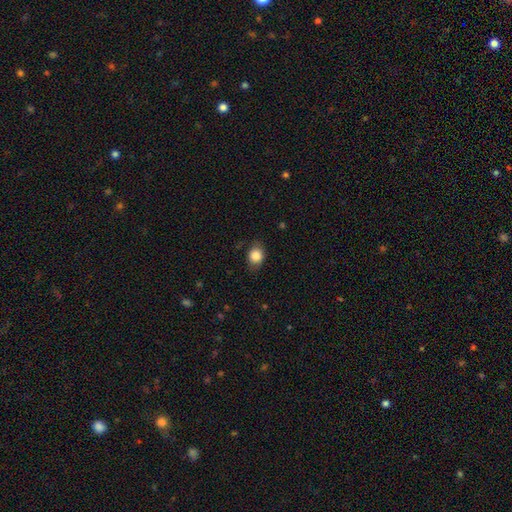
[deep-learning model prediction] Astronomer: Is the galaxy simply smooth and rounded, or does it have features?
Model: smooth — 84%.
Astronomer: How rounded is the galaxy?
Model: round — 50% (runner-up: in between, 49%).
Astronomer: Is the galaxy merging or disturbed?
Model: none — 77%.